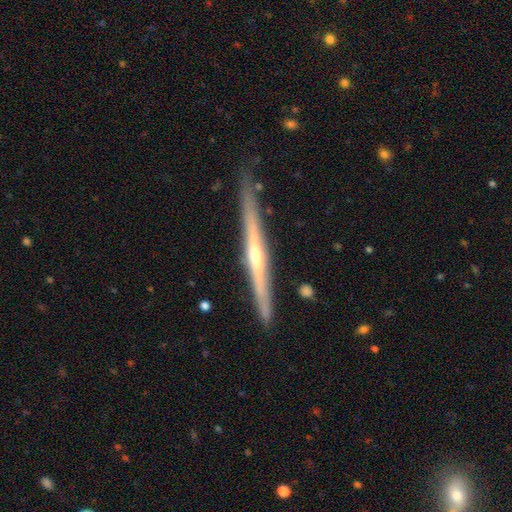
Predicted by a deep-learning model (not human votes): featured or disk 77%, smooth 18%, star or artifact 5%. Down the decision tree: edge-on disk — yes (98%); edge-on bulge — rounded (67%); merging — none (85%).